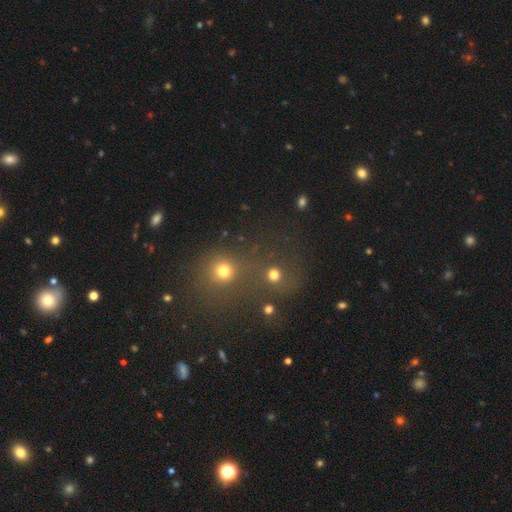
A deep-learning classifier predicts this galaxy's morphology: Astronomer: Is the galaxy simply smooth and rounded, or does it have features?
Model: smooth — 49% (runner-up: star or artifact, 43%).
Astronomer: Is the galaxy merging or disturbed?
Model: none — 58%.